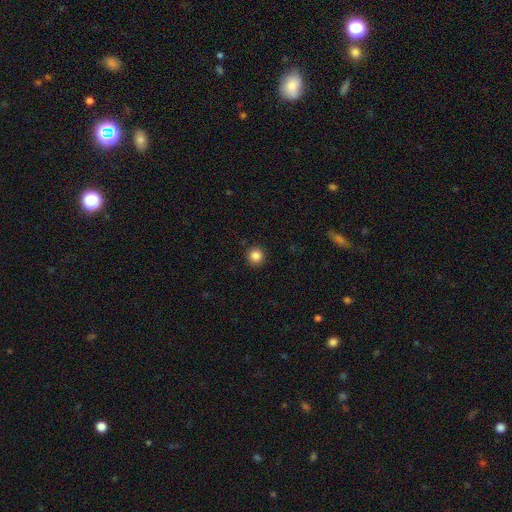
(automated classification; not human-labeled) A smooth galaxy with no disk features (85%) that is round (96%). Merging: none (93%).